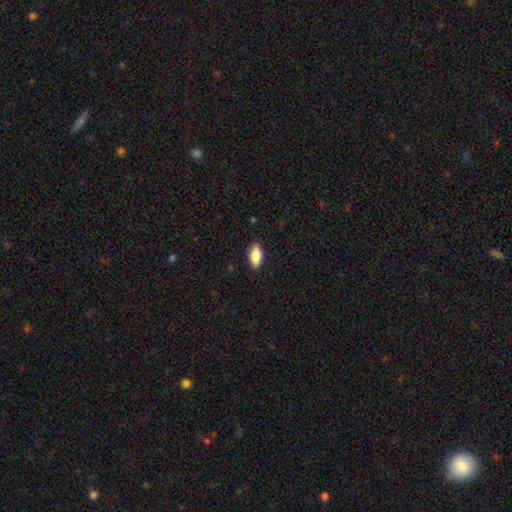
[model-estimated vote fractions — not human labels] Smooth or featured? Predicted: smooth (p=0.81). How rounded? Predicted: in between (p=0.88). Merging? Predicted: none (p=0.89).